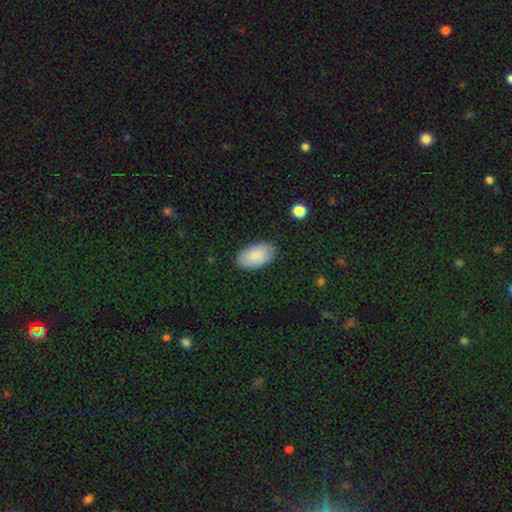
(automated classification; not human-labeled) This appears to be a smooth galaxy with no disk features (84%) that is in between round and cigar-shaped (95%). Merging: none (85%).